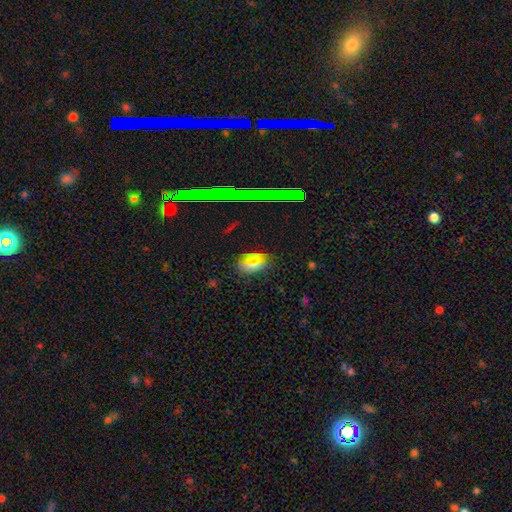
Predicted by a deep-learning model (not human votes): Overall: smooth (47%; featured or disk 27%). Merging: none (67%).